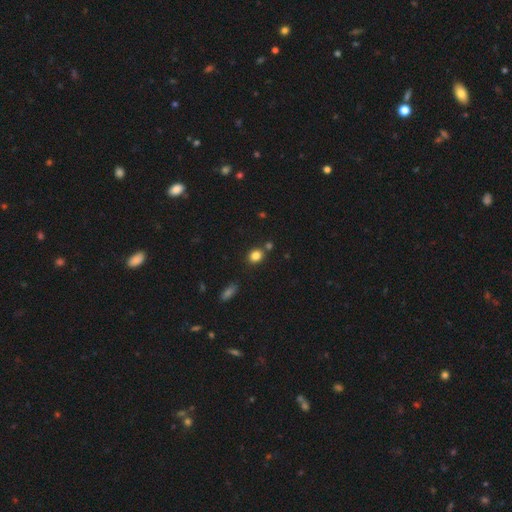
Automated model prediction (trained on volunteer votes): The model was most divided on "how rounded": round: 63%, in between: 35%, cigar-shaped: 1%. More confident: smooth or featured — smooth (83%); merging — none (75%).